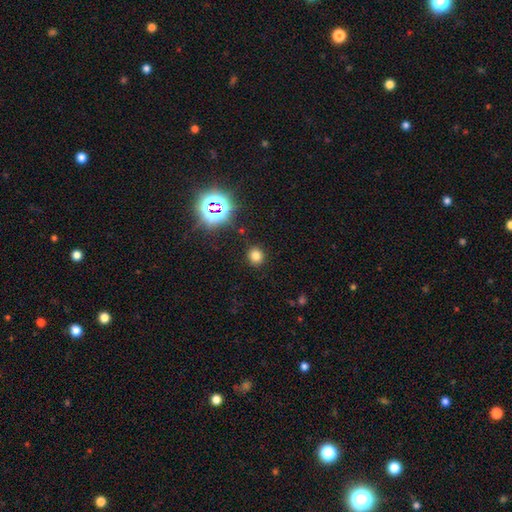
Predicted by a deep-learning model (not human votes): Morphology: type=smooth (74%); roundness=round (85%); merging=none (89%).